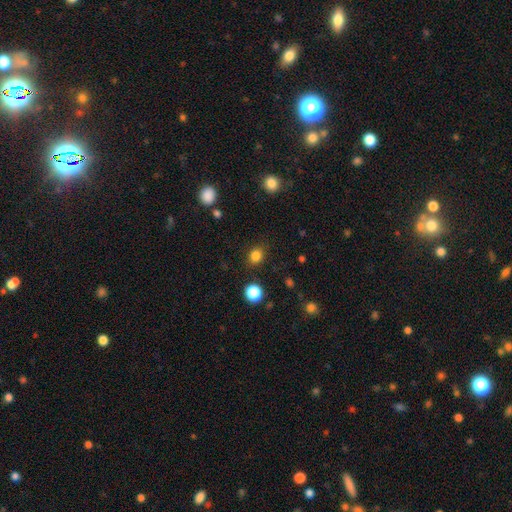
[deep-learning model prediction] Smooth or featured? Predicted: smooth (p=0.82). How rounded? Predicted: round (p=0.71). Merging? Predicted: none (p=0.86).